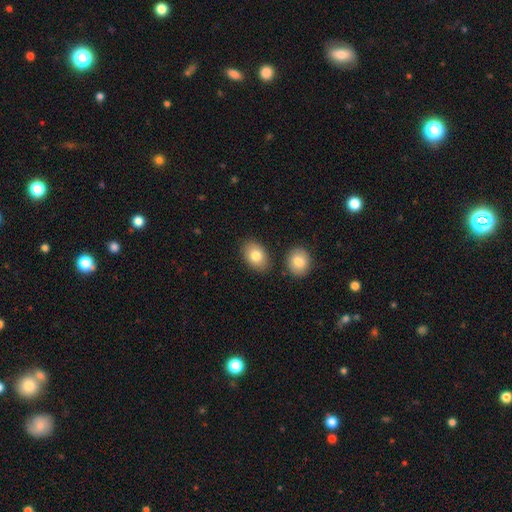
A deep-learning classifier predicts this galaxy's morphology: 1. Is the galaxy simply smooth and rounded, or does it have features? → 81% smooth, 12% featured or disk, 7% star or artifact.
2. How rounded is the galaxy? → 84% in between, 15% round, 1% cigar-shaped.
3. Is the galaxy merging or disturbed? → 79% none, 10% minor disturbance, 8% merger, 3% major disturbance.